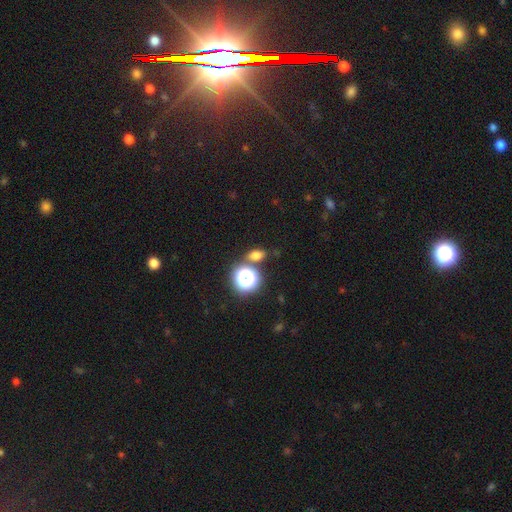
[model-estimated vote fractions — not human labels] smooth-or-featured: smooth: 68% | star or artifact: 24% | featured or disk: 8%
  how-rounded: in between: 68% | round: 29% | cigar-shaped: 3%
  merging: none: 77% | merger: 10% | minor disturbance: 10% | major disturbance: 3%